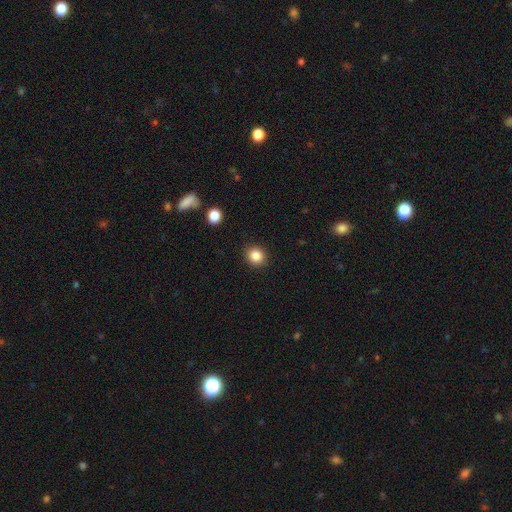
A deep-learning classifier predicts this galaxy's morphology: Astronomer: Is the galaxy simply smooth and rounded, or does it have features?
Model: smooth — 85%.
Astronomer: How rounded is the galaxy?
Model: round — 85%.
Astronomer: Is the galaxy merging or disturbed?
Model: none — 91%.